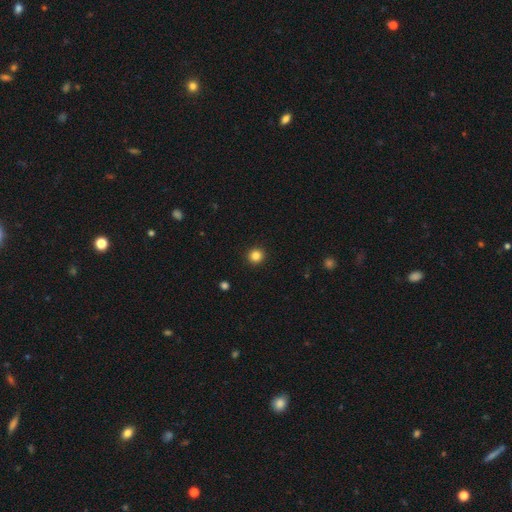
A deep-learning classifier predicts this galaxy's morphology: Smooth or featured? smooth (84%)
How rounded? round (94%)
Merging? none (93%)